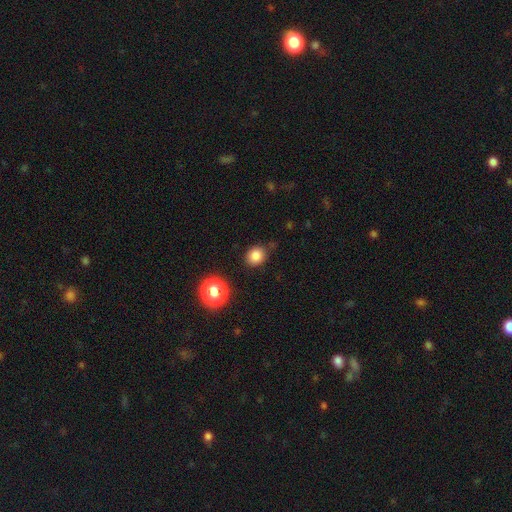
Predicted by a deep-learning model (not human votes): smooth 83%, star or artifact 12%, featured or disk 5%. Down the decision tree: how rounded — round (69%); merging — none (81%).